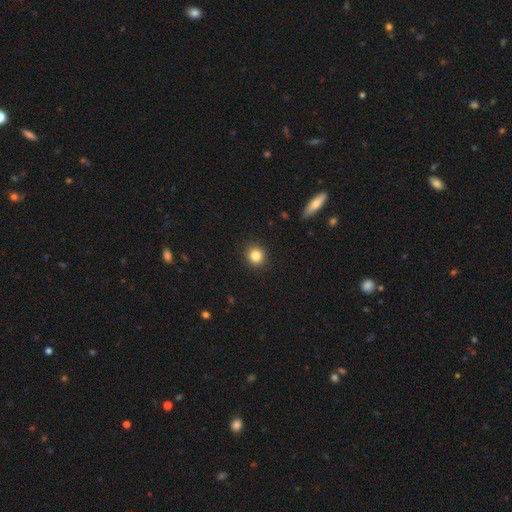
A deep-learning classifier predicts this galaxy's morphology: A smooth galaxy with no disk features (84%) that is round (89%). Merging: none (91%).